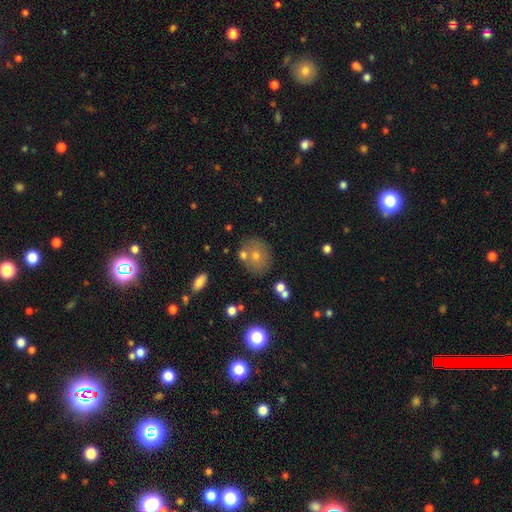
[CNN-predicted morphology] smooth_or_featured: smooth (p=0.58) [alt: featured or disk p=0.23]
how_rounded: round (p=0.63) [alt: in between p=0.36]
merging: none (p=0.70) [alt: merger p=0.14]